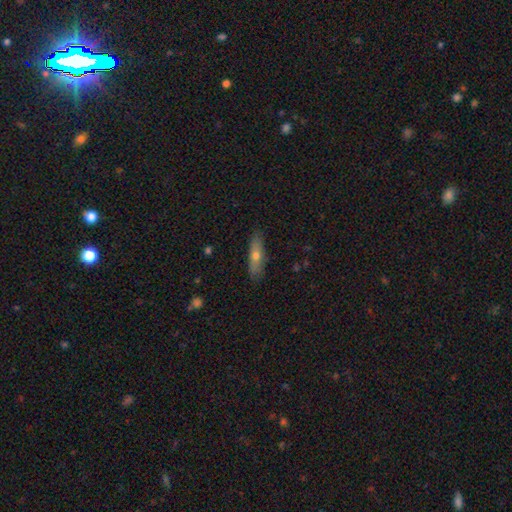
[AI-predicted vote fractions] The model was most divided on "smooth or featured": smooth: 57%, featured or disk: 36%, star or artifact: 7%. More confident: merging — none (87%); how rounded — cigar-shaped (68%).